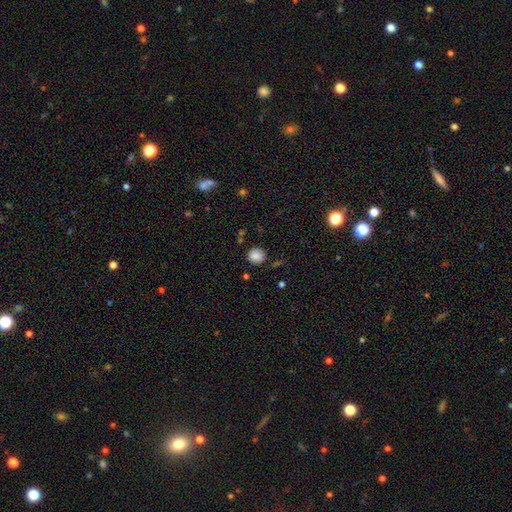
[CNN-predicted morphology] This is clearly a smooth galaxy (86%). How rounded: clearly round (88%). Merging: clearly none (84%).